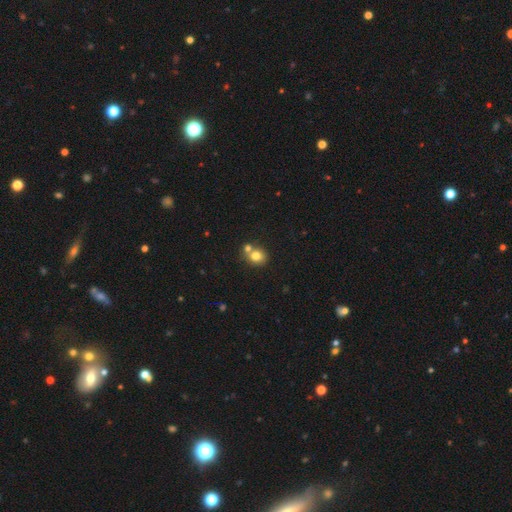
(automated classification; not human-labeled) Smooth or featured? Predicted: smooth (p=0.78). How rounded? Predicted: round (p=0.72). Merging? Predicted: none (p=0.51).